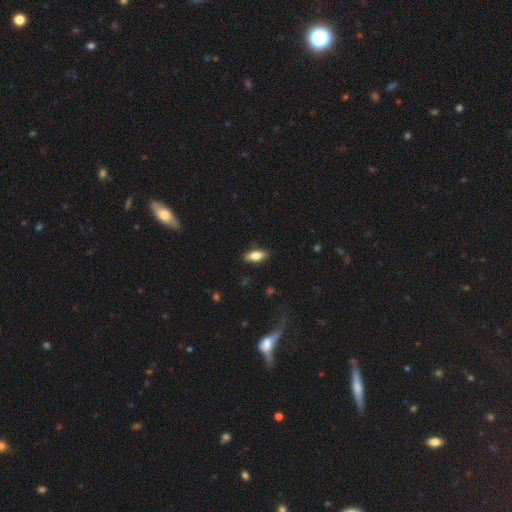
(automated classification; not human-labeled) This is likely a smooth galaxy (78%). How rounded: likely in between (80%). Merging: clearly none (87%).